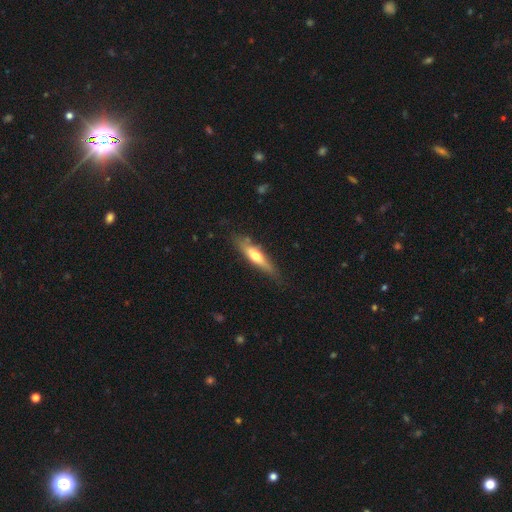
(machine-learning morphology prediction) Smooth or featured? Predicted: smooth (p=0.48). Merging? Predicted: none (p=0.75).